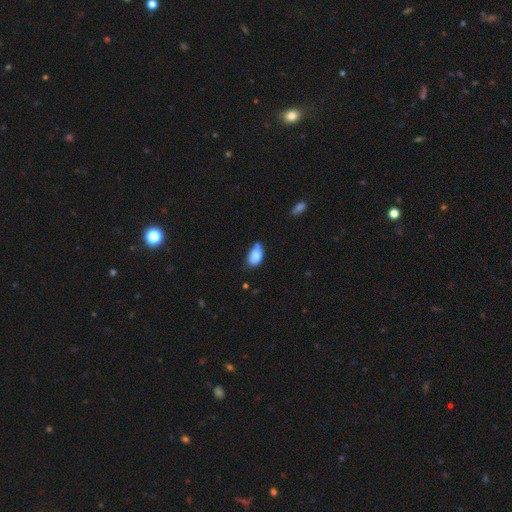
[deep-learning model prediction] This is clearly a smooth galaxy (82%). How rounded: clearly in between (91%). Merging: possibly none (46%).